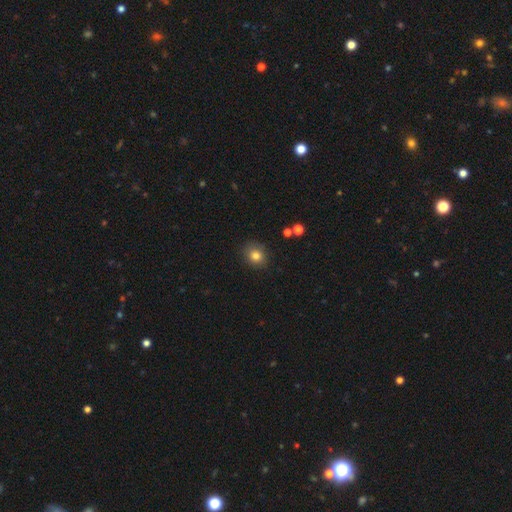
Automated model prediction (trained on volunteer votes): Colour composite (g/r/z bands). It shows a smooth galaxy with no disk features (82%) that is round (77%). Merging: none (85%).